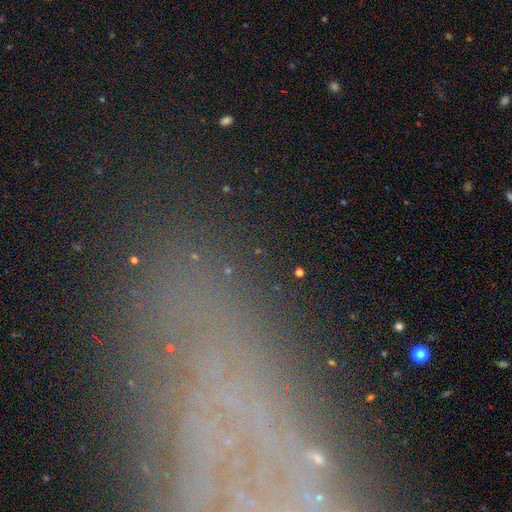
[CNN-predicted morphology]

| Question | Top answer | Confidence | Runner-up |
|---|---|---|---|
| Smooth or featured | star or artifact | 39% | tied: featured or disk (39%) |